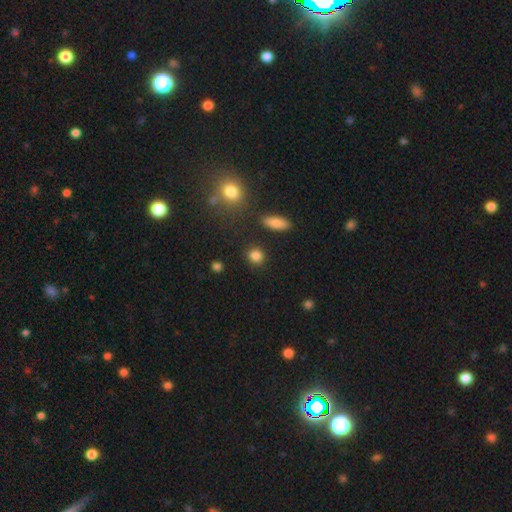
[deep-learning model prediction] Smooth or featured: smooth — 85% (star or artifact — 11%)
How rounded: round — 83% (in between — 15%)
Merging: none — 86% (minor disturbance — 8%)